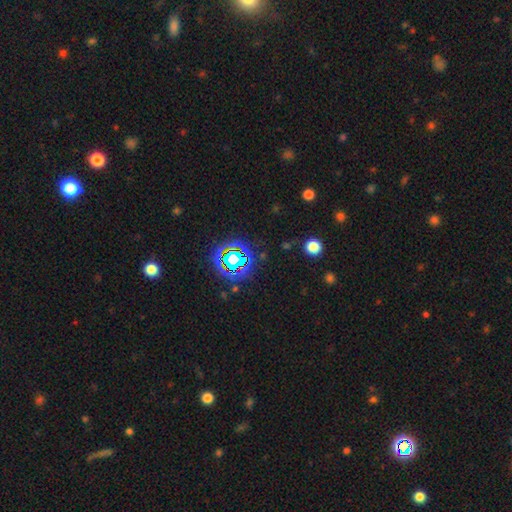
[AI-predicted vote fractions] star or artifact 66%, smooth 24%, featured or disk 10%.